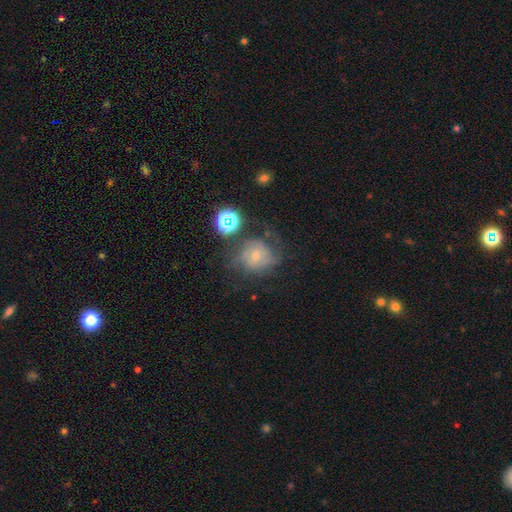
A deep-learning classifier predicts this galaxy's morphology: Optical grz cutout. It shows a featured or disk galaxy (46%). Merging: none (47%).